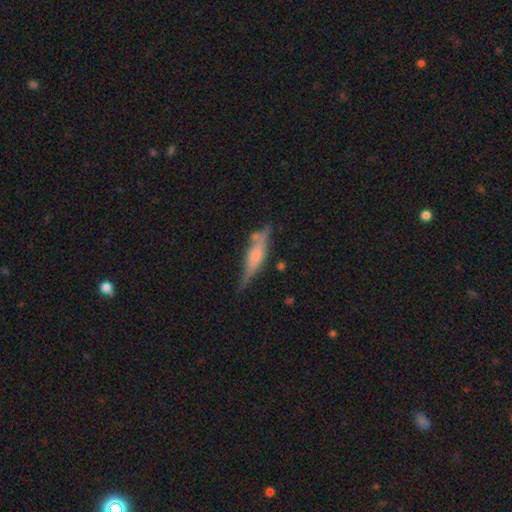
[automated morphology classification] This is possibly a featured or disk galaxy (57%). It is clearly viewed edge-on (93%). Edge-on bulge: possibly rounded (59%). Merging: likely none (71%).